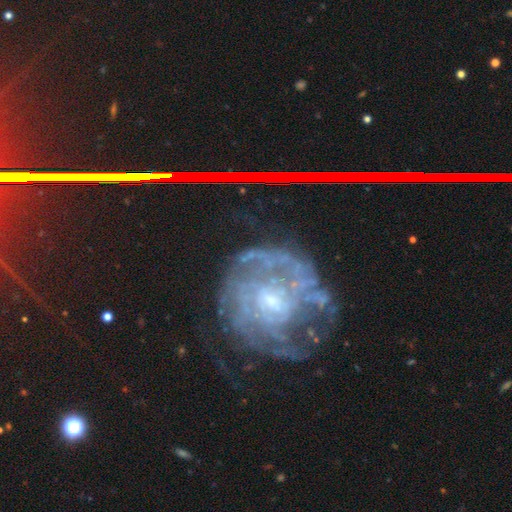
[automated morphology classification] The model was most divided on "bar": no: 51%, weak: 38%, strong: 11%. Remaining: edge-on disk — no (97%); spiral arms — yes (84%); smooth or featured — featured or disk (78%); merging — none (59%); bulge size — small (56%); spiral winding — tight (52%); spiral arm count — can't tell (42%).